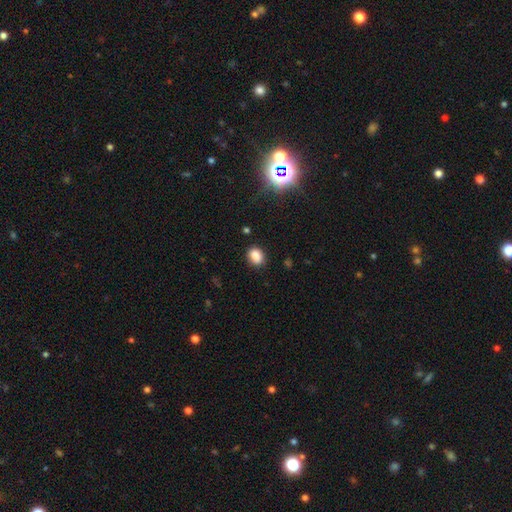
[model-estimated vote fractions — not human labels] Smooth or featured? Predicted: smooth (p=0.85). How rounded? Predicted: in between (p=0.59). Merging? Predicted: none (p=0.85).